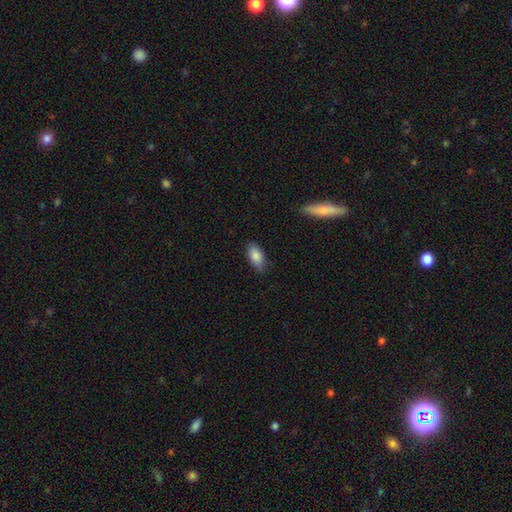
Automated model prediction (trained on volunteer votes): Smooth or featured? smooth (87%)
How rounded? in between (91%)
Merging? none (82%)